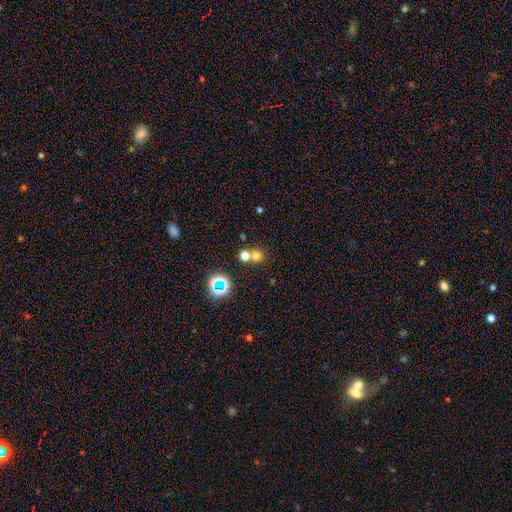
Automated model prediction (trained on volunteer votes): Smooth or featured?
  - smooth: 66% *
  - star or artifact: 26%
  - featured or disk: 9%
How rounded?
  - round: 88% *
  - in between: 11%
  - cigar-shaped: 1%
Merging?
  - none: 58% *
  - merger: 34%
  - minor disturbance: 6%
  - major disturbance: 3%